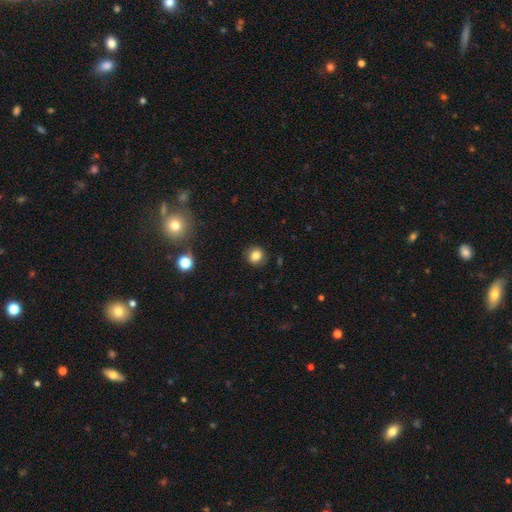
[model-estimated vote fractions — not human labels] This appears to be a smooth galaxy with no disk features (83%) that is round (87%). Merging: none (90%).